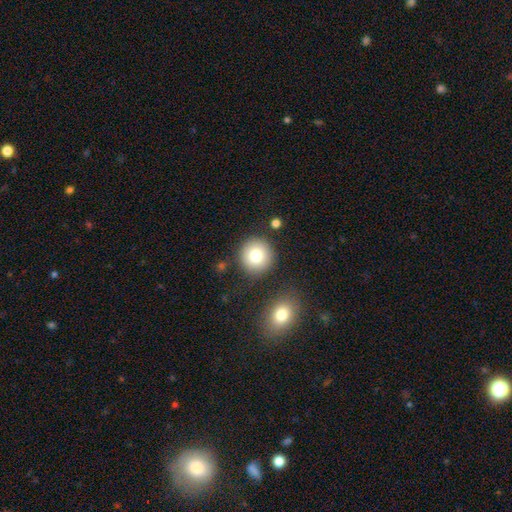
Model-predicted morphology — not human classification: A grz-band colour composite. It shows a smooth galaxy with no disk features (79%) that is round (93%). Merging: none (83%).